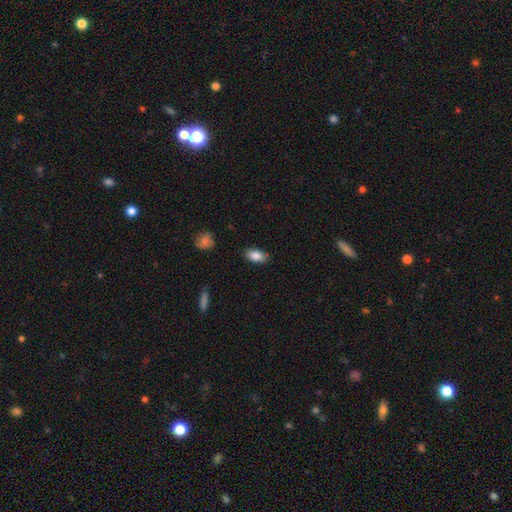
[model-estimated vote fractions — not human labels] Smooth or featured? smooth (85%)
How rounded? in between (91%)
Merging? none (86%)